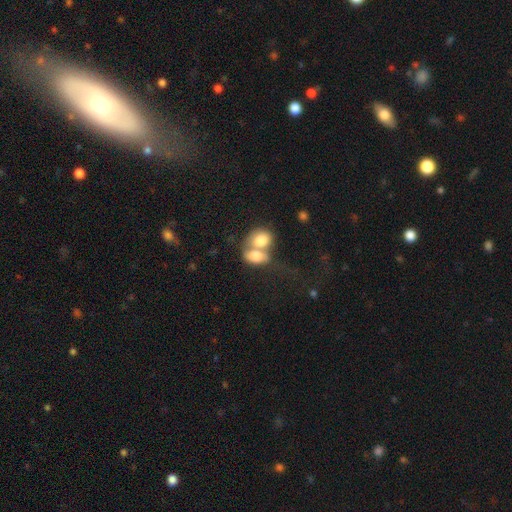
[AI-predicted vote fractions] This appears to be a smooth galaxy with no disk features (75%) that is in between round and cigar-shaped (76%). Merging: merger (75%).